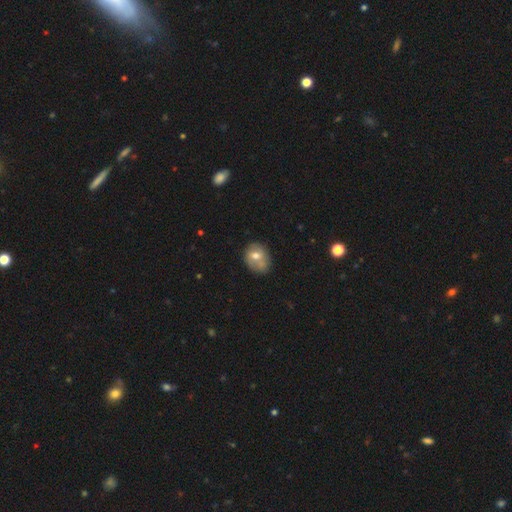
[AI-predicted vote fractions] Morphology: type=smooth (64%); roundness=round (52%); merging=none (49%).